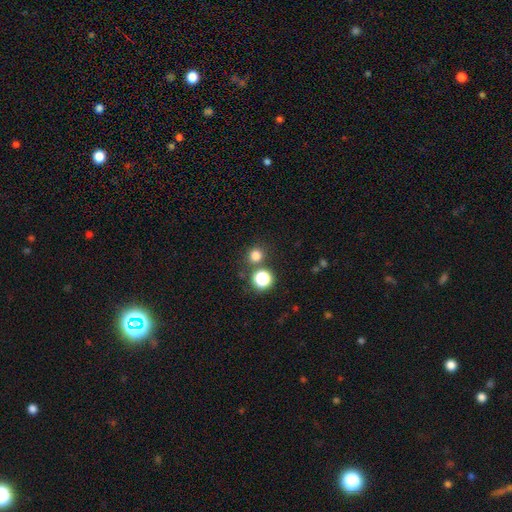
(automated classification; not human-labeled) Overall: smooth (77%). How rounded: round (91%). Merging: none (79%).